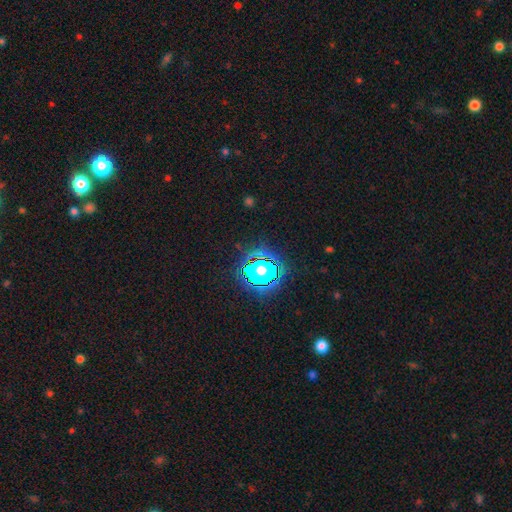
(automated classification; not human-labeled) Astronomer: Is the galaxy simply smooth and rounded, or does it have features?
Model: star or artifact — 83%.